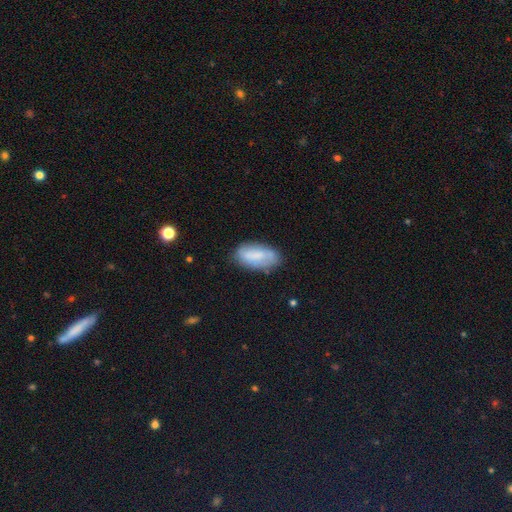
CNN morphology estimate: A smooth galaxy with no disk features (68%) that is in between round and cigar-shaped (92%).

Vote fractions:
- Smooth or featured? smooth: 68% / featured or disk: 25% / star or artifact: 7%
- How rounded? in between: 92% / cigar-shaped: 6% / round: 3%
- Merging? none: 69% / minor disturbance: 22% / major disturbance: 6% / merger: 3%